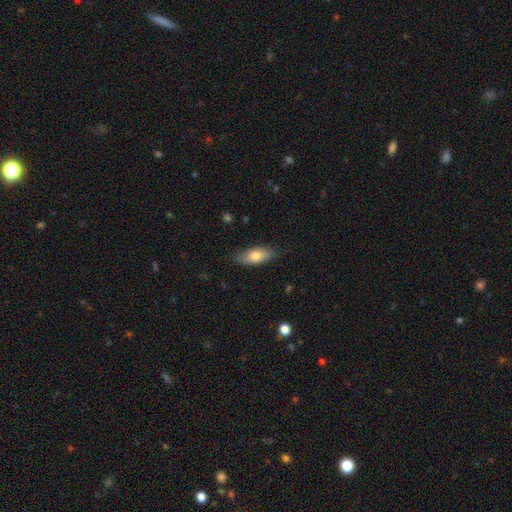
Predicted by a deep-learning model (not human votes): This is likely a smooth galaxy (76%). How rounded: clearly in between (82%). Merging: clearly none (82%).